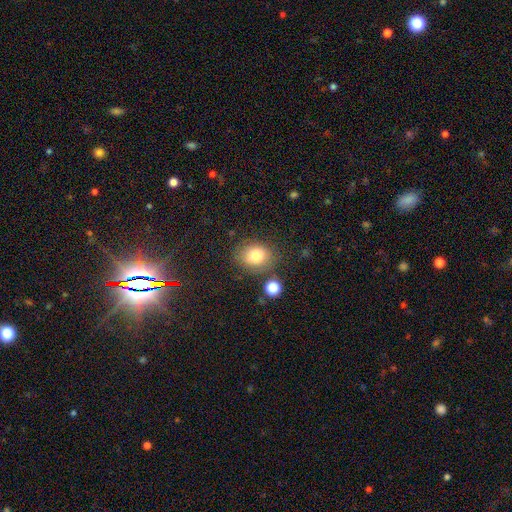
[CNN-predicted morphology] smooth-or-featured: smooth: 81% | star or artifact: 10% | featured or disk: 9%
  how-rounded: round: 52% | in between: 47% | cigar-shaped: 1%
  merging: none: 75% | minor disturbance: 14% | merger: 6% | major disturbance: 5%